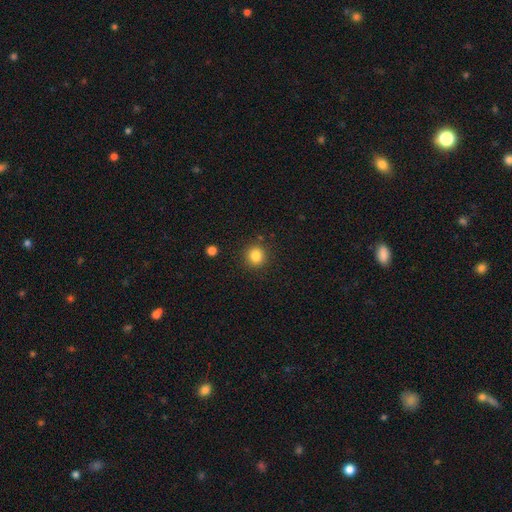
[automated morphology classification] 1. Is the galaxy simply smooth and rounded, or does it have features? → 83% smooth, 11% star or artifact, 5% featured or disk.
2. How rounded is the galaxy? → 92% round, 7% in between, 1% cigar-shaped.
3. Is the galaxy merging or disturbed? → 89% none, 7% minor disturbance, 2% major disturbance, 2% merger.